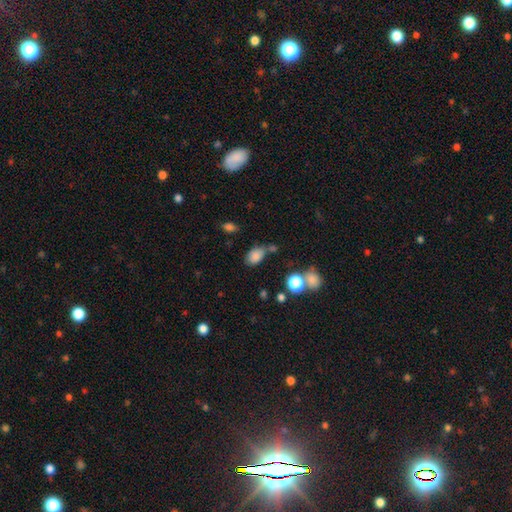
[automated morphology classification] Smooth or featured?
  - smooth: 82% *
  - star or artifact: 12%
  - featured or disk: 7%
How rounded?
  - in between: 84% *
  - round: 14%
  - cigar-shaped: 2%
Merging?
  - none: 55% *
  - minor disturbance: 23%
  - merger: 15%
  - major disturbance: 8%